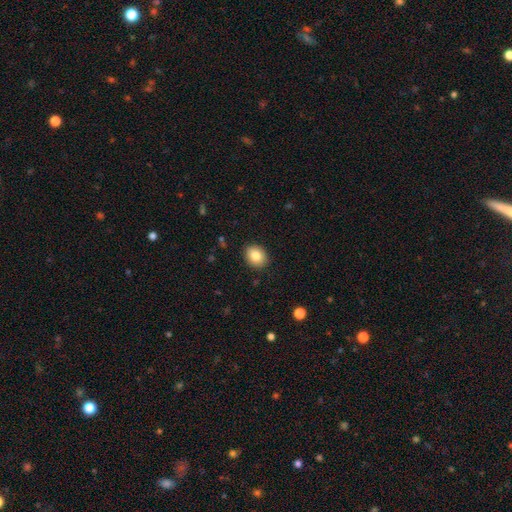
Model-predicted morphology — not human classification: Smooth or featured? smooth (82%)
How rounded? round (62%)
Merging? none (90%)